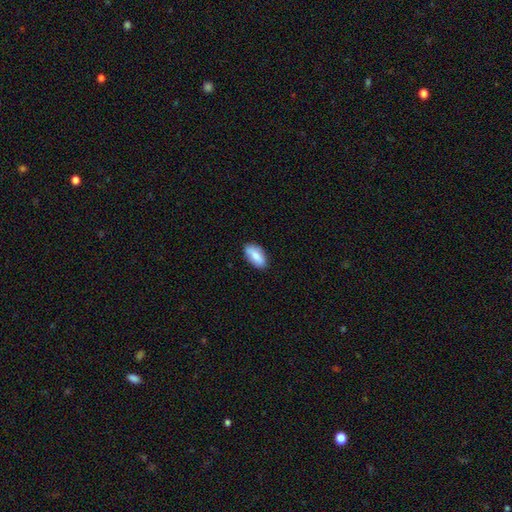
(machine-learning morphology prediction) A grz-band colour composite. It shows a smooth galaxy with no disk features (81%) that is in between round and cigar-shaped (92%). Merging: none (84%).